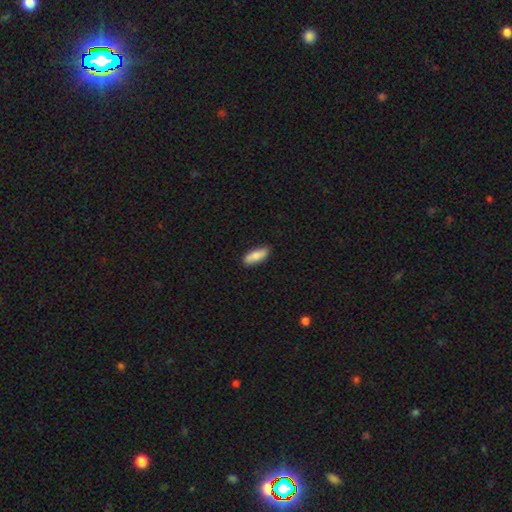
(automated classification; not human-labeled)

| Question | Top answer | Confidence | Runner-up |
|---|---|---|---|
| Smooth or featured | smooth | 83% | featured or disk (11%) |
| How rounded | in between | 63% | cigar-shaped (35%) |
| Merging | none | 88% | minor disturbance (9%) |